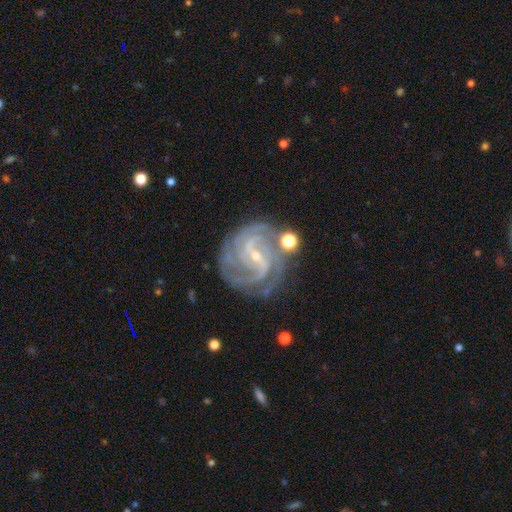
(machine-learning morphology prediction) Q: Smooth or featured?
A: featured or disk (91%); runner-up: star or artifact (6%)
Q: Edge-on disk?
A: no (97%); runner-up: yes (3%)
Q: Bar?
A: weak (43%); runner-up: strong (35%)
Q: Spiral arms?
A: yes (98%); runner-up: no (2%)
Q: Spiral winding?
A: tight (57%); runner-up: medium (37%)
Q: Spiral arm count?
A: 3 (29%); runner-up: 2 (23%)
Q: Bulge size?
A: small (83%); runner-up: moderate (14%)
Q: Merging?
A: none (73%); runner-up: minor disturbance (16%)